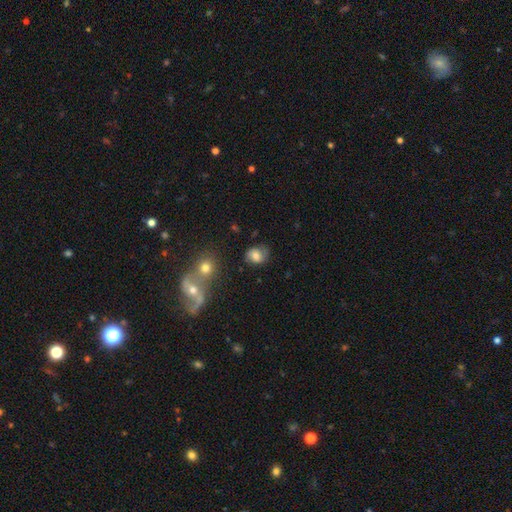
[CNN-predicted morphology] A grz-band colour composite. It shows a smooth galaxy with no disk features (65%) that is round (57%). Merging: none (68%).